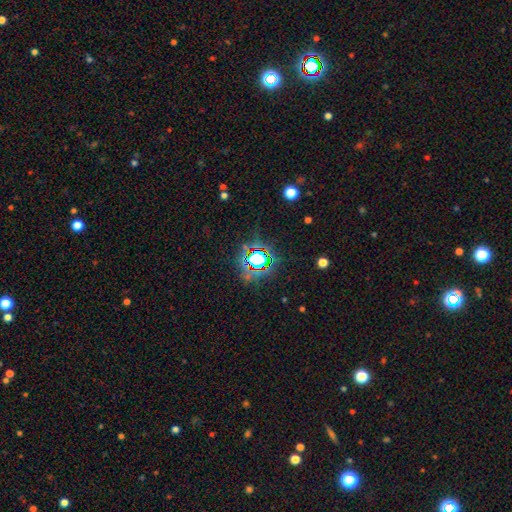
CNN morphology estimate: This appears to be a star or artifact, not a galaxy (77%).